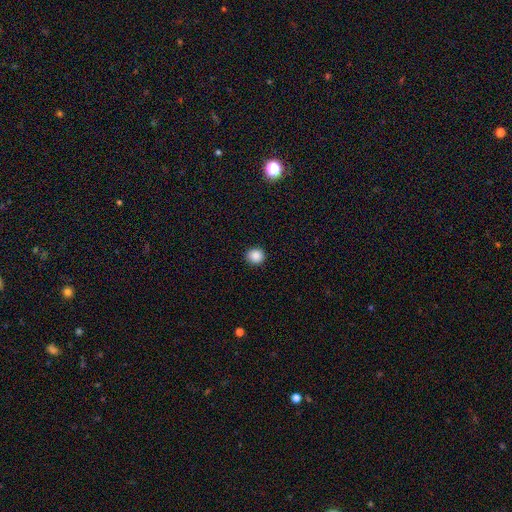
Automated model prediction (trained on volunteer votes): Smooth or featured?
  - smooth: 87% *
  - star or artifact: 10%
  - featured or disk: 3%
How rounded?
  - round: 90% *
  - in between: 9%
  - cigar-shaped: 1%
Merging?
  - none: 90% *
  - minor disturbance: 7%
  - major disturbance: 2%
  - merger: 1%